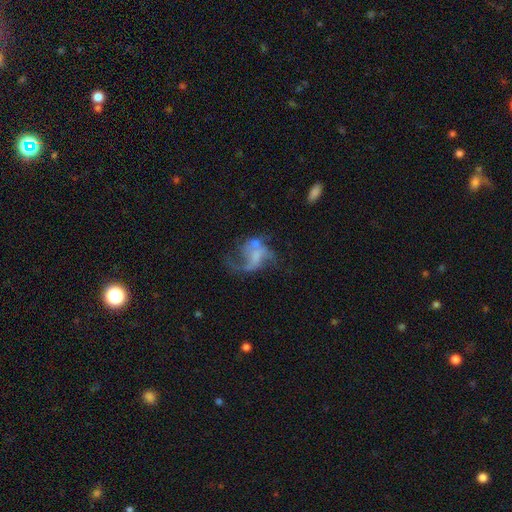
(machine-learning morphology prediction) A featured or disk galaxy (67%) with no bar (64%), spiral arms (70%) and no central bulge (50%). Merging: major disturbance (42%).